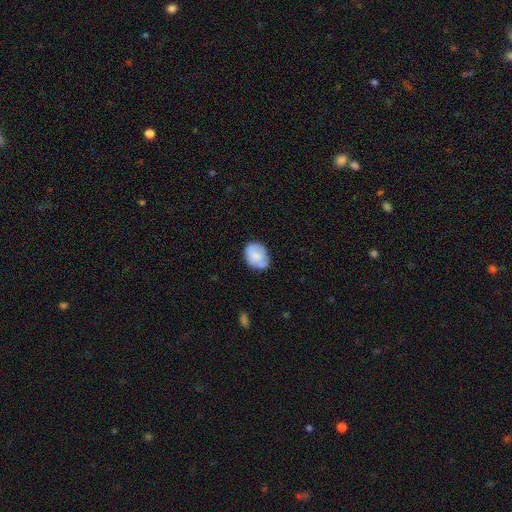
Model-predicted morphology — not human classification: Smooth or featured: smooth — 72% (featured or disk — 20%)
How rounded: in between — 67% (round — 32%)
Merging: none — 63% (minor disturbance — 27%)